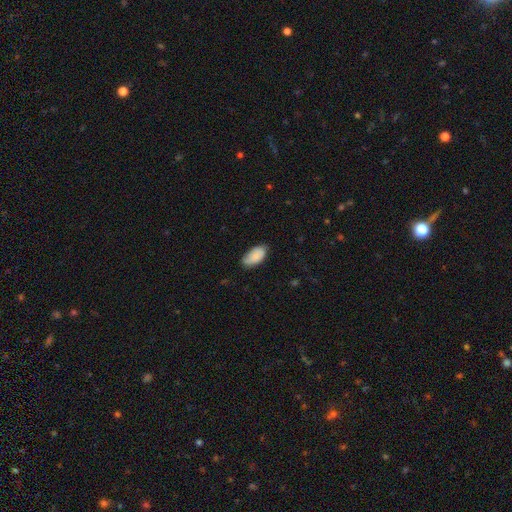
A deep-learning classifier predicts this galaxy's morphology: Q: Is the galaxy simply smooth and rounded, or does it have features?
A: smooth — 84%.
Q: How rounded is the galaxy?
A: in between — 95%.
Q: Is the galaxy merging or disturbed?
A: none — 68%.